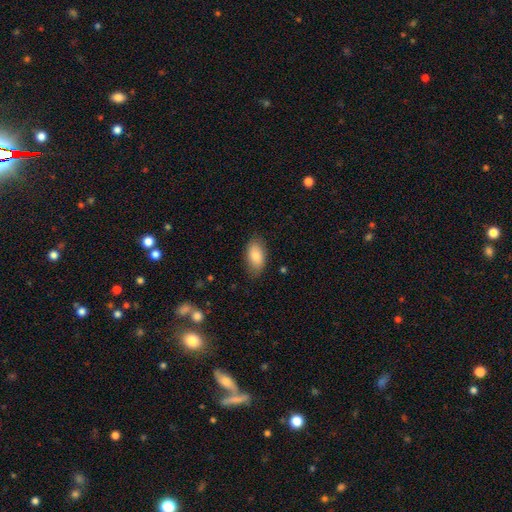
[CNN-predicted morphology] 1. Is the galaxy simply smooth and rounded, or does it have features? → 82% smooth, 11% featured or disk, 7% star or artifact.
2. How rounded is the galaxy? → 93% in between, 4% round, 3% cigar-shaped.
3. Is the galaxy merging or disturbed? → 81% none, 15% minor disturbance, 3% major disturbance, 1% merger.